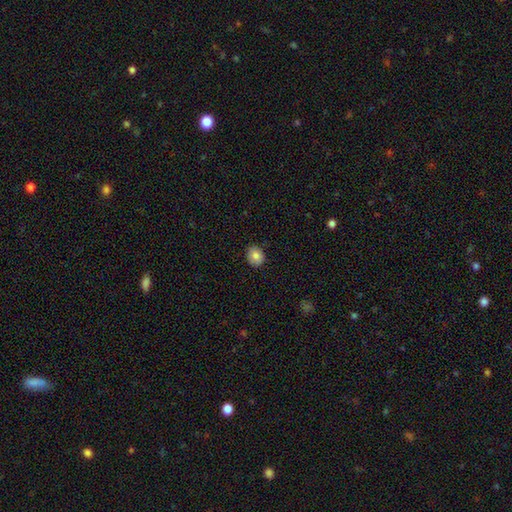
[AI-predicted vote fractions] Morphology: type=smooth (83%); roundness=round (62%); merging=none (87%).